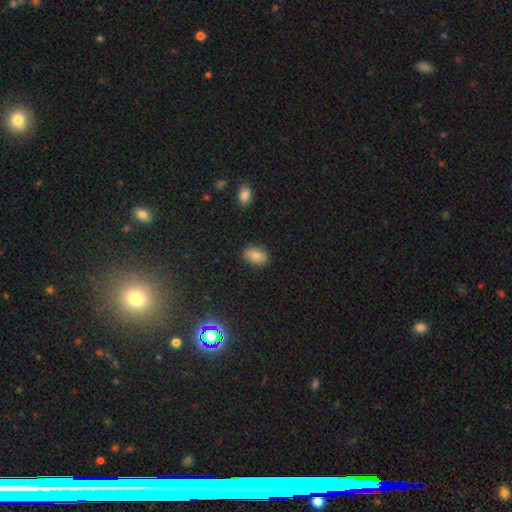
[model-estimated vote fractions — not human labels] Smooth or featured? Predicted: smooth (p=0.82). How rounded? Predicted: in between (p=0.84). Merging? Predicted: none (p=0.87).